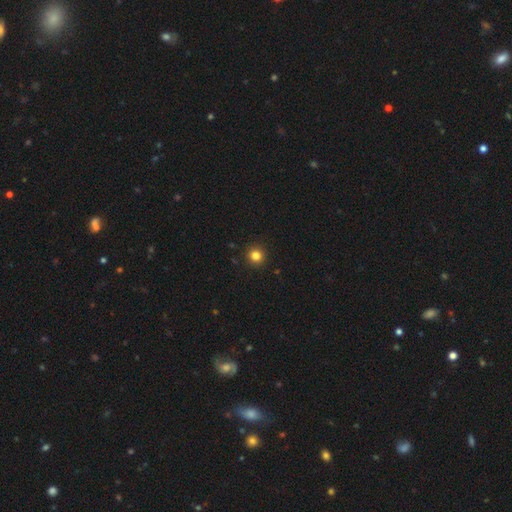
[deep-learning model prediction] Smooth or featured? smooth (83%)
How rounded? round (94%)
Merging? none (93%)